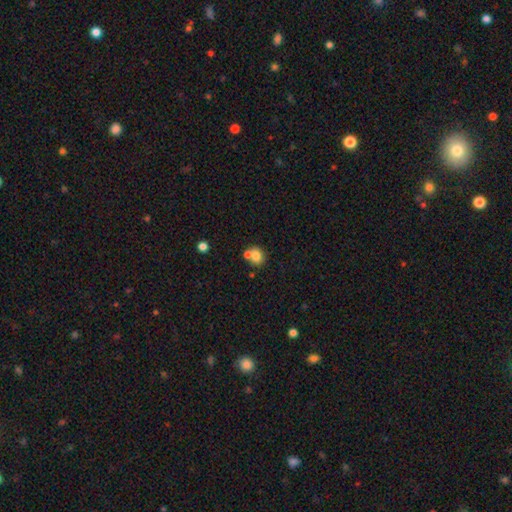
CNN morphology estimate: A smooth galaxy with no disk features (76%) that is round (72%). Merging: none (49%).